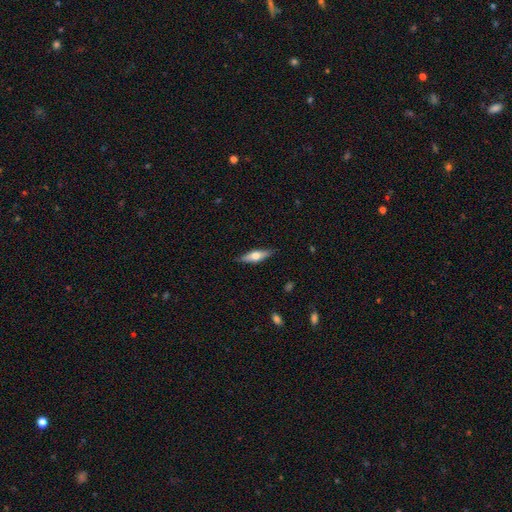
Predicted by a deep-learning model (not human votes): featured or disk 48%, smooth 46%, star or artifact 6%. Down the decision tree: merging — none (87%).